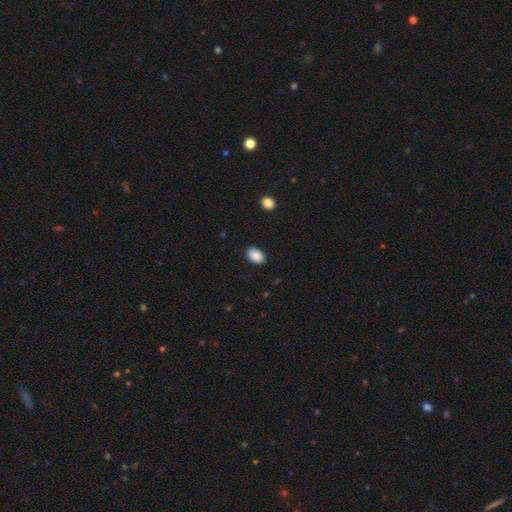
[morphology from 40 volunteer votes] A smooth galaxy with no disk features (90%) that is in between round and cigar-shaped (89%).

Vote fractions:
- Smooth or featured? smooth: 90% / featured or disk: 5% / star or artifact: 5%
- How rounded? in between: 89% / round: 11% / cigar-shaped: 0%
- Merging? none: 84% / minor disturbance: 13% / major disturbance: 3% / merger: 0%